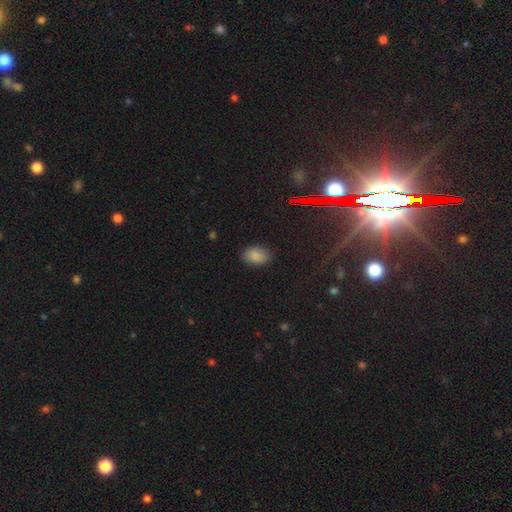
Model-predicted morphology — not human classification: Smooth or featured? smooth (86%)
How rounded? in between (85%)
Merging? none (84%)